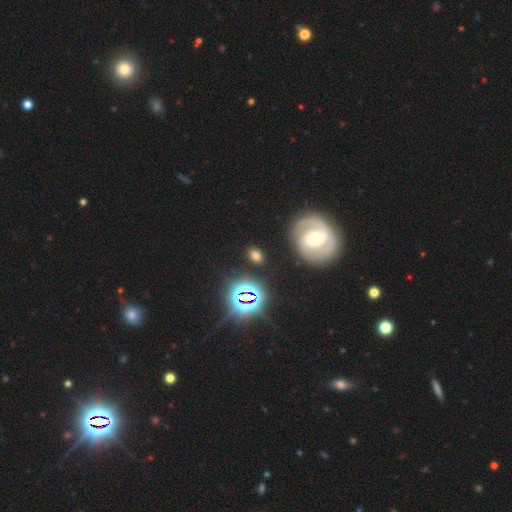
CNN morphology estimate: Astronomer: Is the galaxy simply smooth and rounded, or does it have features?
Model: smooth — 54%.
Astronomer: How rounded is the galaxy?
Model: in between — 66%.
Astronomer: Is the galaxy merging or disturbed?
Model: none — 80%.